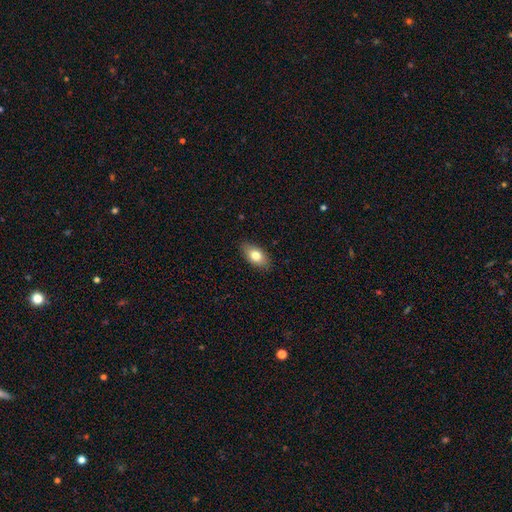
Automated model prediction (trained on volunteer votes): Smooth or featured: smooth — 78% (featured or disk — 14%)
How rounded: in between — 90% (round — 6%)
Merging: none — 86% (minor disturbance — 11%)